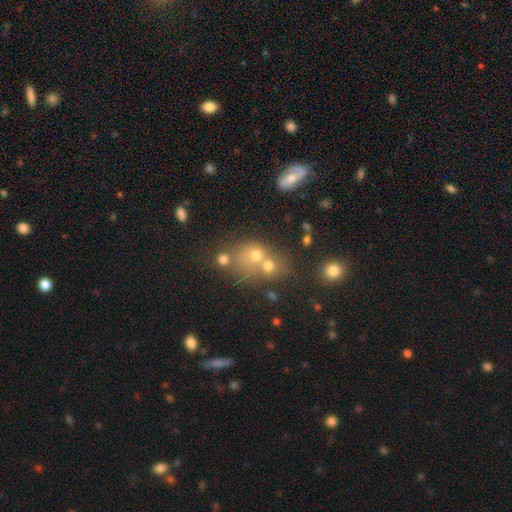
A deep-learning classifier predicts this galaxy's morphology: type=smooth (49%); merging=none (46%).